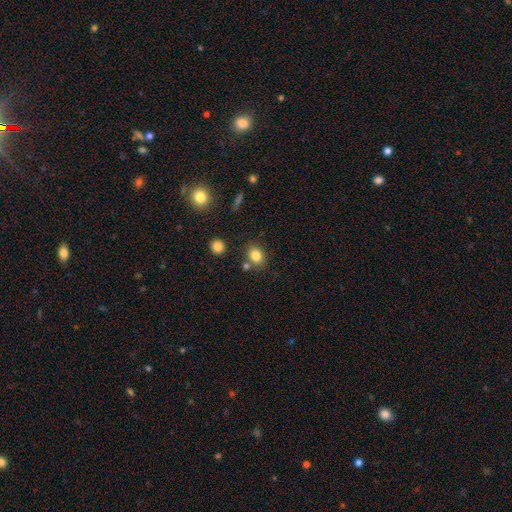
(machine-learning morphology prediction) A smooth galaxy with no disk features (82%) that is round (54%). Merging: none (74%).